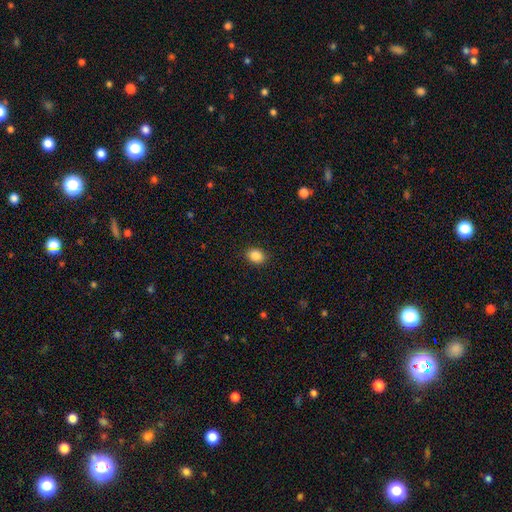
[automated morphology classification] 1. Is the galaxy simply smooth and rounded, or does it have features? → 87% smooth, 9% star or artifact, 4% featured or disk.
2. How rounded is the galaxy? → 51% in between, 48% round, 1% cigar-shaped.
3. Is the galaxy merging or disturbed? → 89% none, 7% minor disturbance, 2% major disturbance, 1% merger.